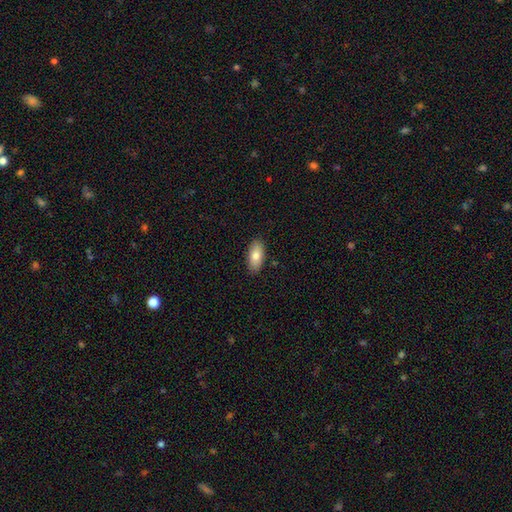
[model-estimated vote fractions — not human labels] Smooth or featured? Predicted: smooth (p=0.80). How rounded? Predicted: in between (p=0.91). Merging? Predicted: none (p=0.88).